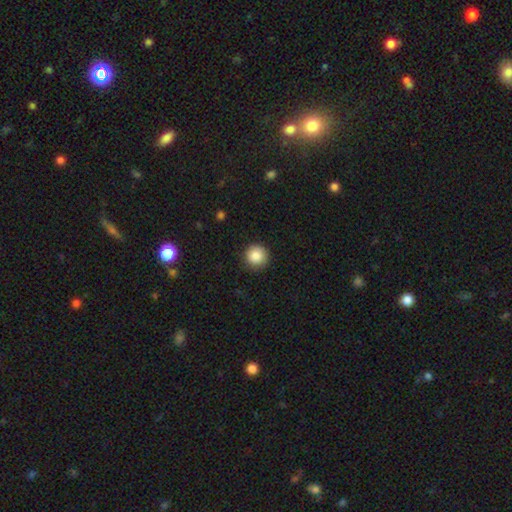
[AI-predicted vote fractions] smooth 87%, star or artifact 9%, featured or disk 4%. Down the decision tree: how rounded — round (95%); merging — none (90%).